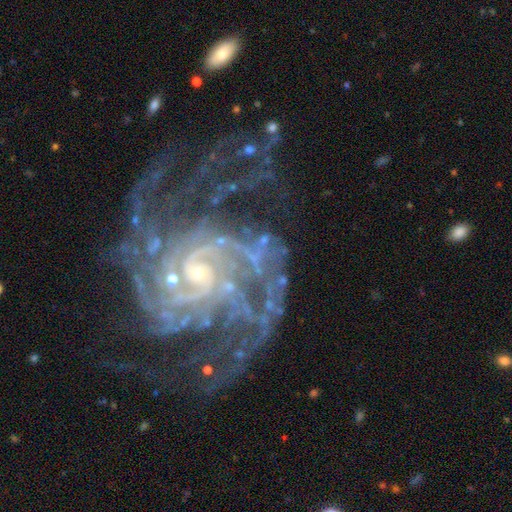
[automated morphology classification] Overall: featured or disk (86%). Edge-on disk: no (98%). Bar: no (62%; weak 24%). Spiral arms: yes (97%). Spiral arm count: 2 (20%; can't tell 19%). Spiral winding: tight (61%; medium 31%). Bulge size: small (73%). Merging: none (54%; major disturbance 20%).